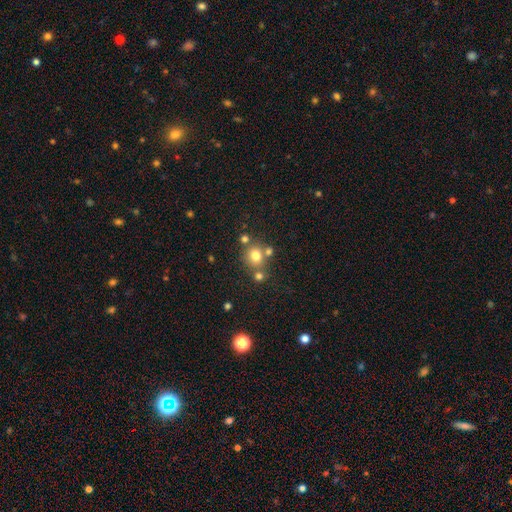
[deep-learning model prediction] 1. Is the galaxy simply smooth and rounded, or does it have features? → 75% smooth, 15% star or artifact, 10% featured or disk.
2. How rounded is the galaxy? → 84% round, 15% in between, 1% cigar-shaped.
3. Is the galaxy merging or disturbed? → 65% none, 21% merger, 10% minor disturbance, 4% major disturbance.